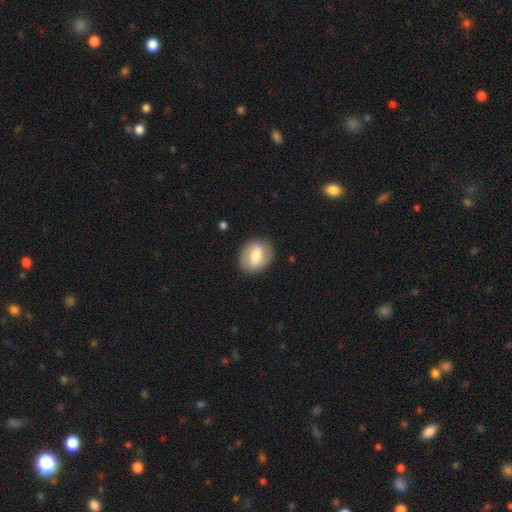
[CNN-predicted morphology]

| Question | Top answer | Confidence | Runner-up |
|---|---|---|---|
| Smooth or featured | smooth | 59% | featured or disk (34%) |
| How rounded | in between | 64% | round (34%) |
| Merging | none | 84% | minor disturbance (11%) |